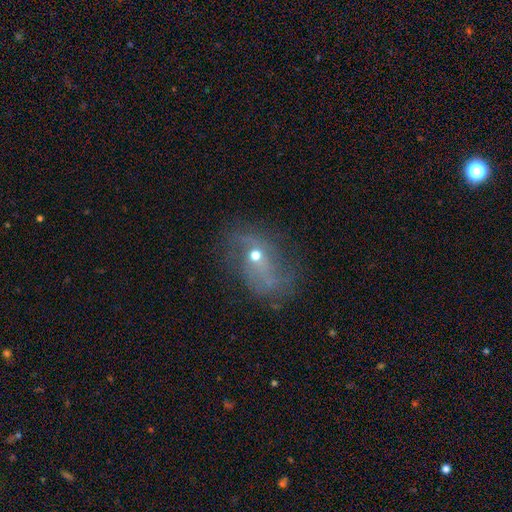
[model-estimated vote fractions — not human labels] Smooth or featured? Predicted: featured or disk (p=0.53). Edge-on disk? Predicted: no (p=0.94). Bar? Predicted: no (p=0.79). Spiral arms? Predicted: no (p=0.51). Bulge size? Predicted: moderate (p=0.52). Merging? Predicted: none (p=0.46).